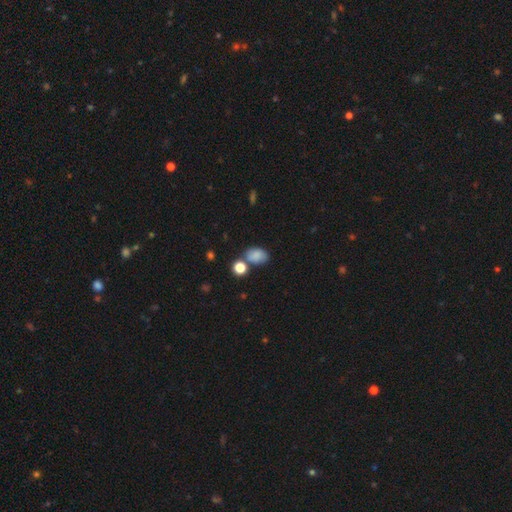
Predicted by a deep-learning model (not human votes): Smooth or featured? Predicted: smooth (p=0.82). How rounded? Predicted: in between (p=0.80). Merging? Predicted: none (p=0.60).